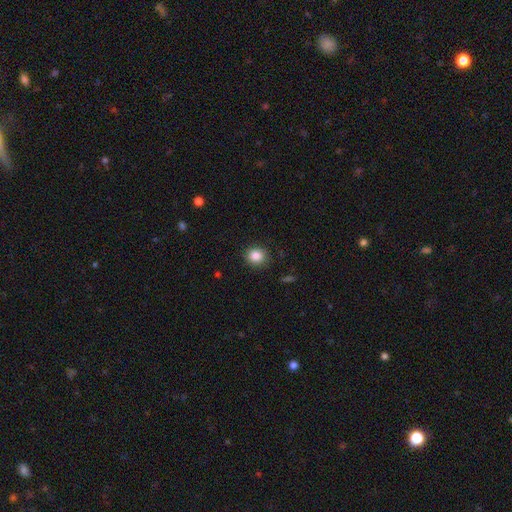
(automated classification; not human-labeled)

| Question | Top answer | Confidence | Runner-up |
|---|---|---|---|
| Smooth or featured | smooth | 85% | star or artifact (10%) |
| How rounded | round | 82% | in between (17%) |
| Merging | none | 89% | minor disturbance (8%) |